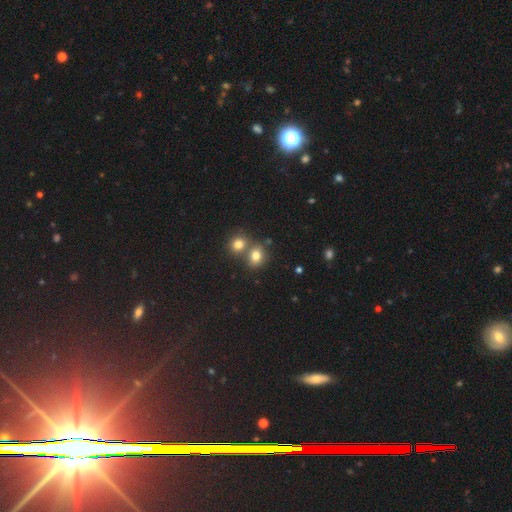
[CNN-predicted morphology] smooth 79%, star or artifact 13%, featured or disk 8%. Down the decision tree: how rounded — round (56%); merging — none (48%).